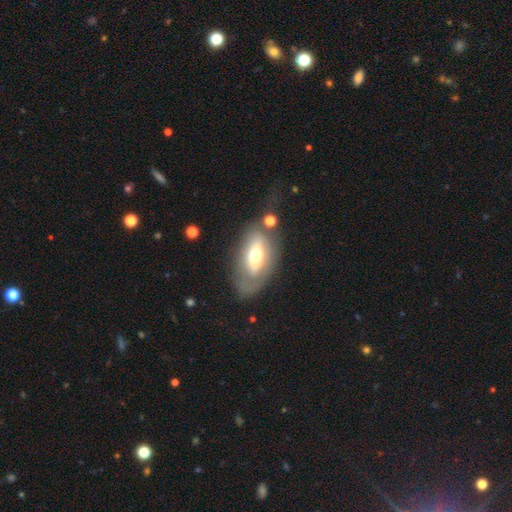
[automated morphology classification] A smooth galaxy with no disk features (47%). Merging: none (50%).